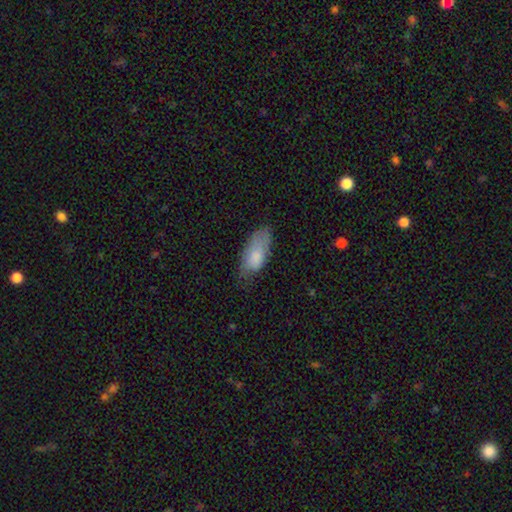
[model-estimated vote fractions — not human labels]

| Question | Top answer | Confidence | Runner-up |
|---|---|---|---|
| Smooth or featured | smooth | 77% | featured or disk (16%) |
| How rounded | in between | 88% | cigar-shaped (10%) |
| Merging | none | 51% | minor disturbance (35%) |